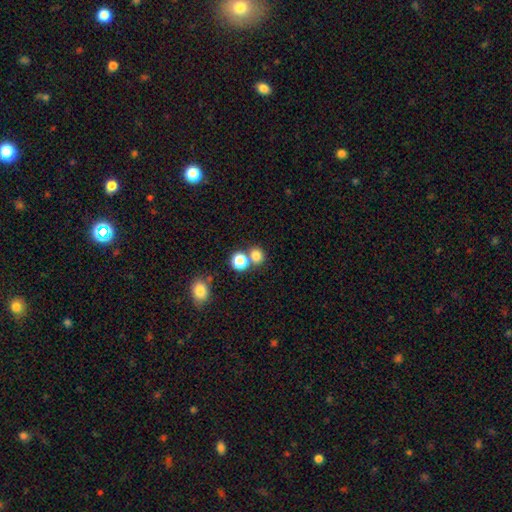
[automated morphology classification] Smooth or featured?
  - smooth: 78% *
  - star or artifact: 16%
  - featured or disk: 6%
How rounded?
  - round: 81% *
  - in between: 18%
  - cigar-shaped: 1%
Merging?
  - none: 63% *
  - merger: 27%
  - minor disturbance: 7%
  - major disturbance: 3%